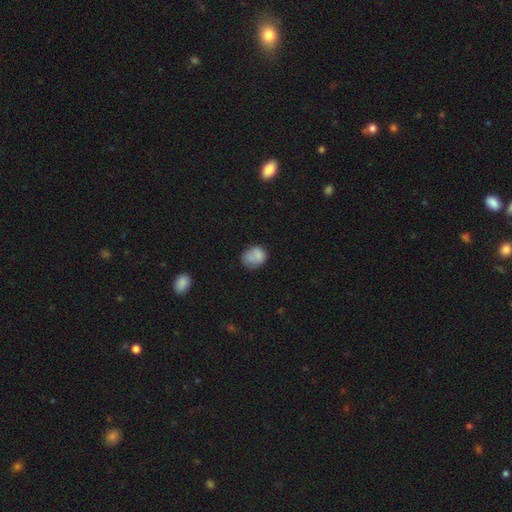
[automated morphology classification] The model was most divided on "how rounded": round: 58%, in between: 41%, cigar-shaped: 1%. More confident: smooth or featured — smooth (77%); merging — none (55%).